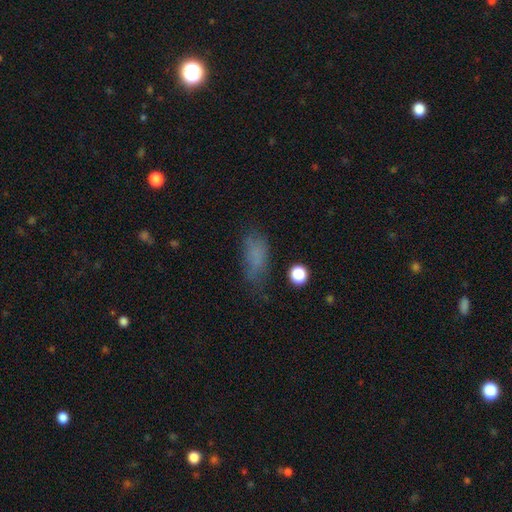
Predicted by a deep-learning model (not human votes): smooth_or_featured: smooth (p=0.70) [alt: star or artifact p=0.16]
how_rounded: in between (p=0.80) [alt: cigar-shaped p=0.14]
merging: none (p=0.55) [alt: minor disturbance p=0.26]